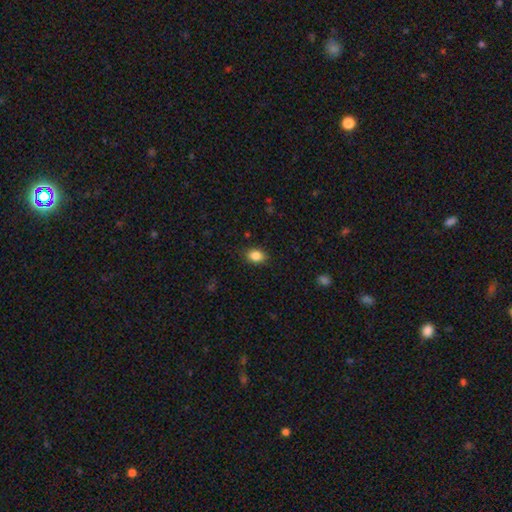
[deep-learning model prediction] A smooth galaxy with no disk features (87%) that is in between round and cigar-shaped (72%).

Vote fractions:
- Smooth or featured? smooth: 87% / star or artifact: 9% / featured or disk: 4%
- How rounded? in between: 72% / round: 27% / cigar-shaped: 1%
- Merging? none: 87% / minor disturbance: 10% / major disturbance: 2% / merger: 1%